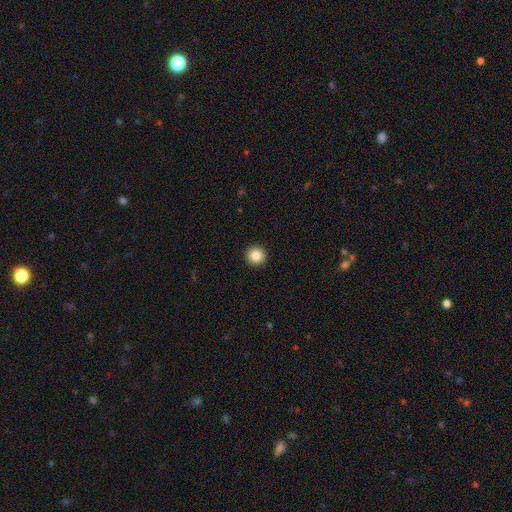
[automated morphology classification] Smooth or featured? Predicted: smooth (p=0.85). How rounded? Predicted: round (p=0.95). Merging? Predicted: none (p=0.94).